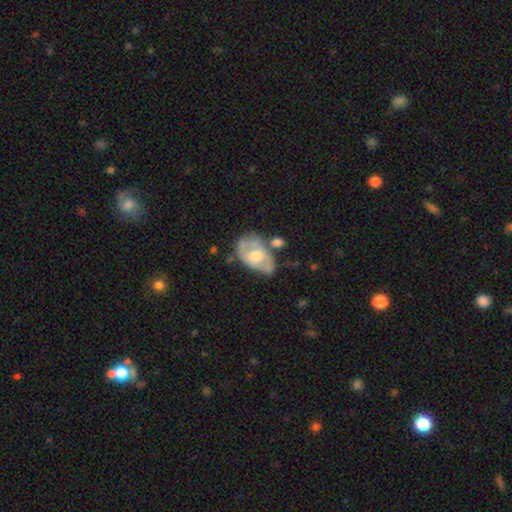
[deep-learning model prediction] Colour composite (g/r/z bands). It shows a featured or disk galaxy (58%) with no bar (67%), no spiral arms (58%) and a moderate central bulge (70%). Merging: none (40%).